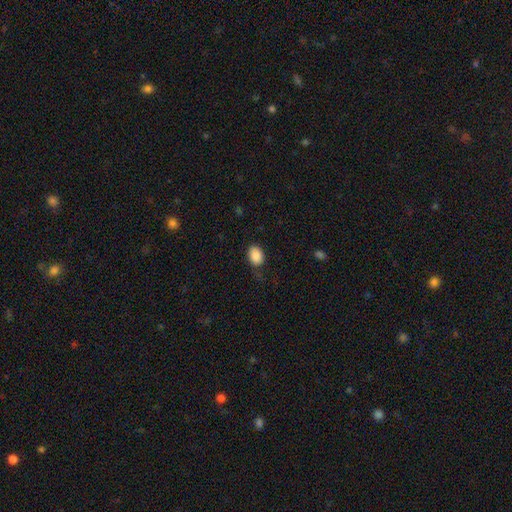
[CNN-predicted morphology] Smooth or featured: smooth — 89% (star or artifact — 8%)
How rounded: in between — 75% (round — 24%)
Merging: none — 74% (minor disturbance — 19%)